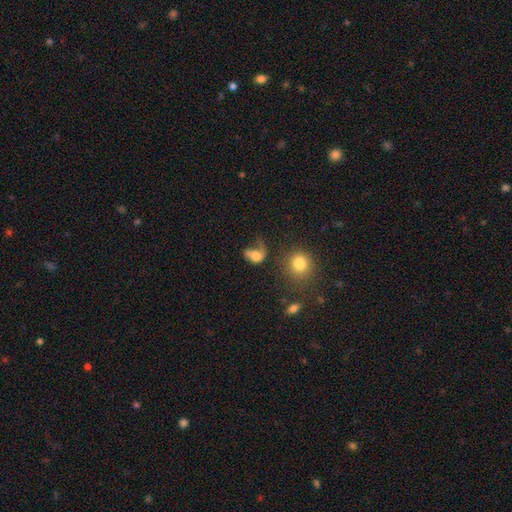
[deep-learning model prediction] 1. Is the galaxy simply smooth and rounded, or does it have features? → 51% smooth, 37% featured or disk, 12% star or artifact.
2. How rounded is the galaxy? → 62% in between, 35% round, 3% cigar-shaped.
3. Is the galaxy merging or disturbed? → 46% major disturbance, 22% none, 16% minor disturbance, 16% merger.